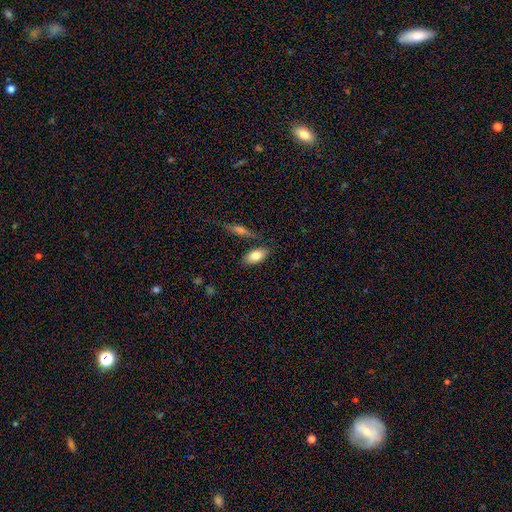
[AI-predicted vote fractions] Smooth or featured? smooth (81%)
How rounded? in between (89%)
Merging? none (78%)